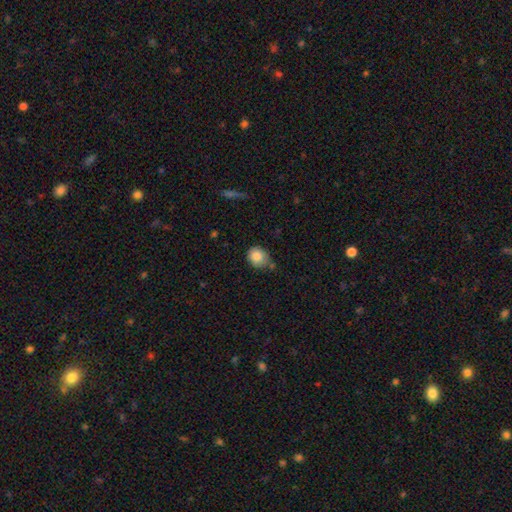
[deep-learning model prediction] This appears to be a smooth galaxy with no disk features (83%) that is round (72%). Merging: none (64%).